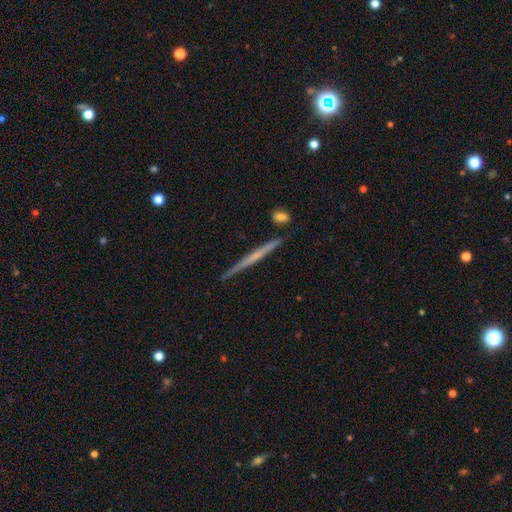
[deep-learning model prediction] smooth-or-featured: featured or disk: 61% | smooth: 33% | star or artifact: 6%
  disk-edge-on: yes: 98% | no: 2%
    edge-on-bulge: none: 71% | rounded: 22% | boxy: 7%
  merging: none: 88% | minor disturbance: 8% | merger: 2% | major disturbance: 2%